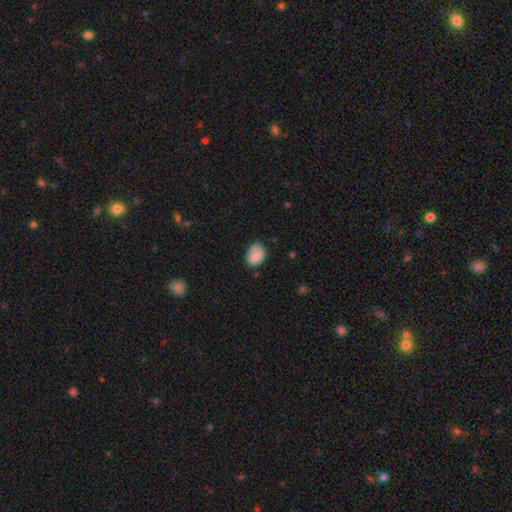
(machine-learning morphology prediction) A smooth galaxy with no disk features (87%) that is in between round and cigar-shaped (79%).

Vote fractions:
- Smooth or featured? smooth: 87% / star or artifact: 7% / featured or disk: 6%
- How rounded? in between: 79% / round: 20% / cigar-shaped: 1%
- Merging? none: 64% / minor disturbance: 29% / major disturbance: 5% / merger: 1%